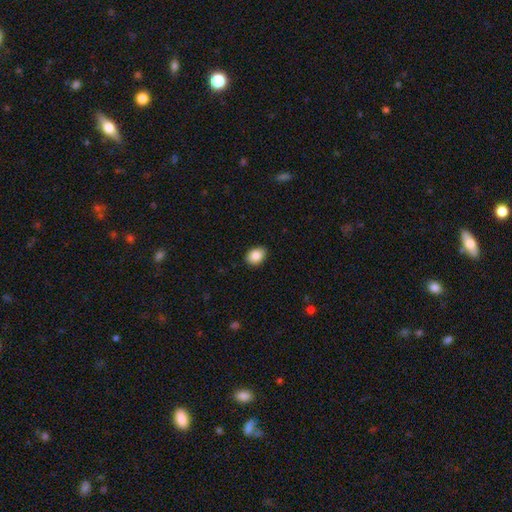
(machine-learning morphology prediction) This appears to be a smooth galaxy with no disk features (87%) that is in between round and cigar-shaped (73%). Merging: none (88%).